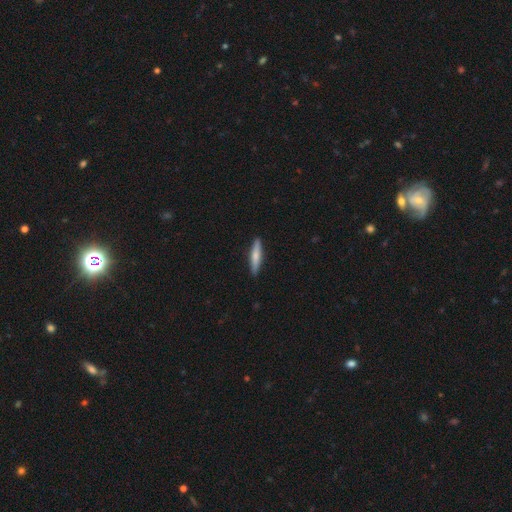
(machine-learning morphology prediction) smooth 66%, featured or disk 29%, star or artifact 5%. Down the decision tree: how rounded — cigar-shaped (87%); merging — none (90%).